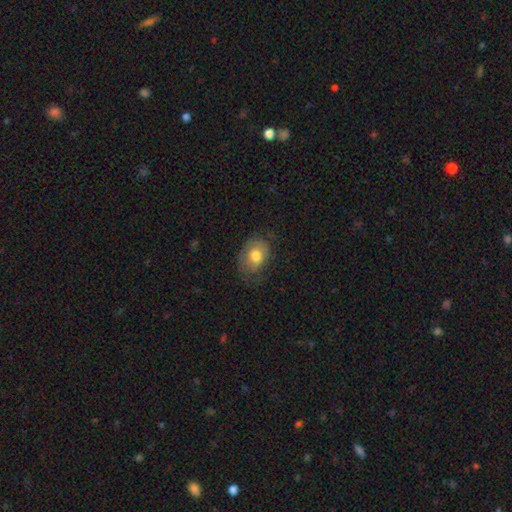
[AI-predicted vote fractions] smooth_or_featured: smooth (p=0.67) [alt: featured or disk p=0.25]
how_rounded: in between (p=0.65) [alt: round p=0.34]
merging: none (p=0.58) [alt: minor disturbance p=0.26]